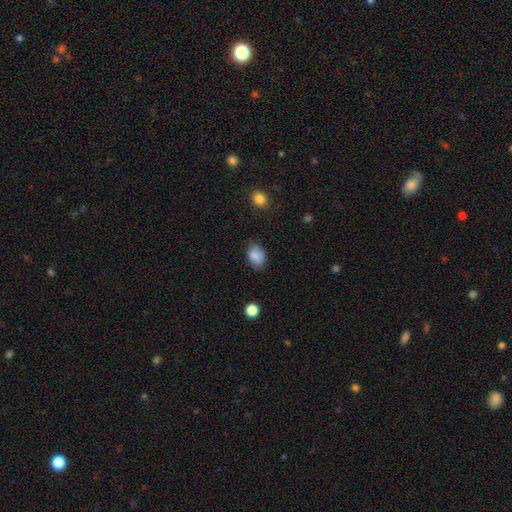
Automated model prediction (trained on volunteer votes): Smooth or featured? Predicted: smooth (p=0.87). How rounded? Predicted: in between (p=0.79). Merging? Predicted: none (p=0.79).